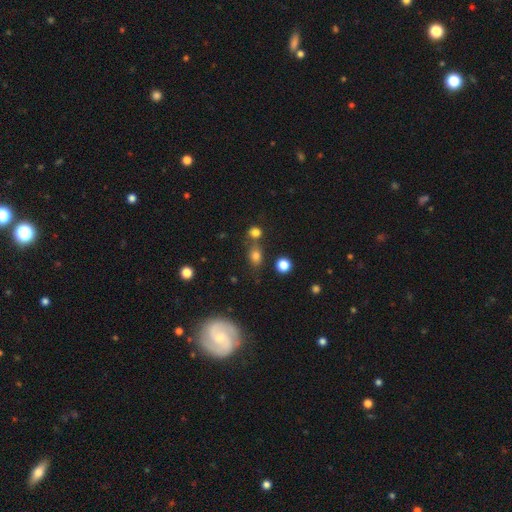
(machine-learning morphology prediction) type=smooth (76%); roundness=in between (60%); merging=none (61%).